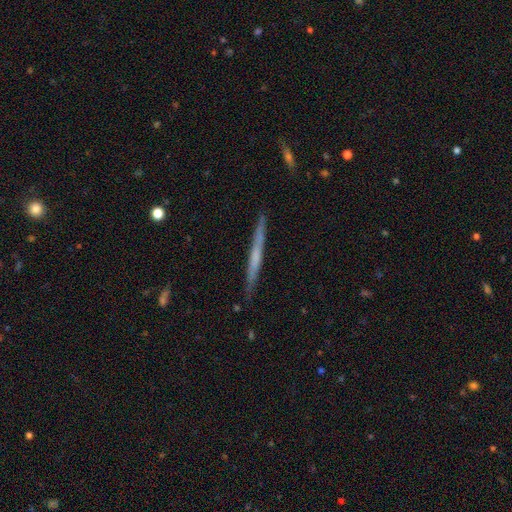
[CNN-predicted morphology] Smooth or featured: featured or disk — 53% (smooth — 41%)
Edge-on disk: yes — 97% (no — 3%)
Edge-on bulge: none — 78% (rounded — 13%)
Merging: none — 88% (minor disturbance — 9%)